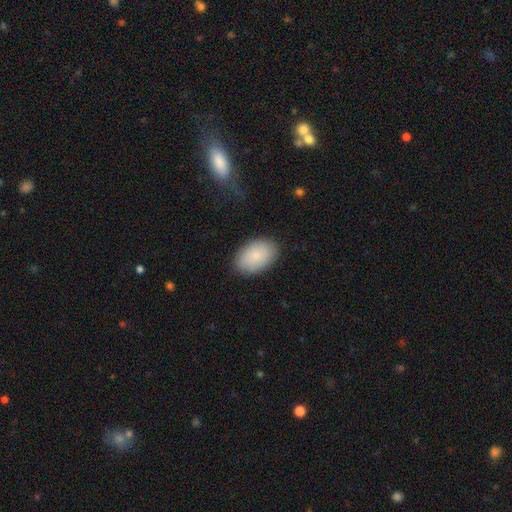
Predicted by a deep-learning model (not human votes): A smooth galaxy with no disk features (85%) that is in between round and cigar-shaped (91%).

Vote fractions:
- Smooth or featured? smooth: 85% / featured or disk: 8% / star or artifact: 6%
- How rounded? in between: 91% / round: 8% / cigar-shaped: 1%
- Merging? none: 86% / minor disturbance: 10% / major disturbance: 3% / merger: 1%